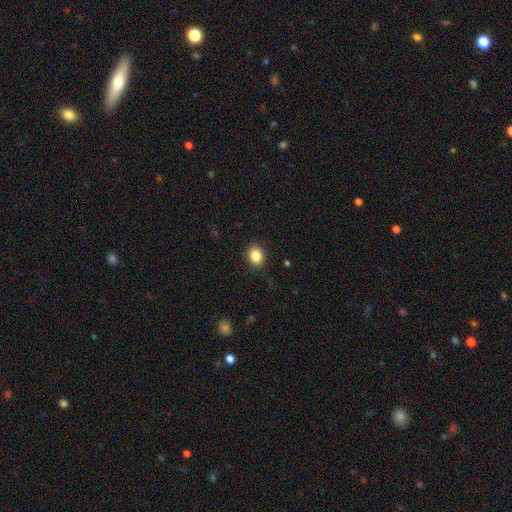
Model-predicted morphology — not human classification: Smooth or featured: smooth — 85% (star or artifact — 10%)
How rounded: in between — 54% (round — 45%)
Merging: none — 88% (minor disturbance — 9%)